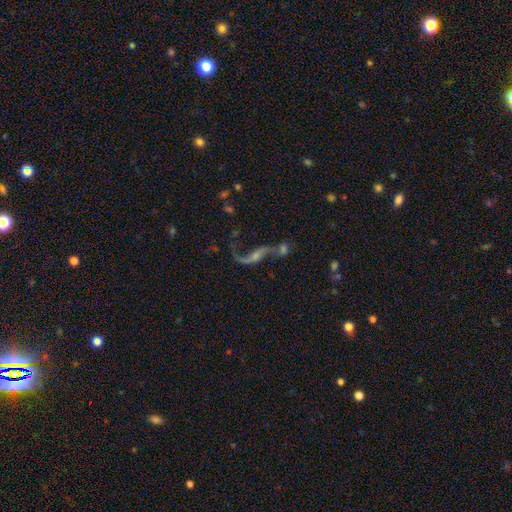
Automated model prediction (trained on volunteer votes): Smooth or featured?
  - featured or disk: 76% *
  - star or artifact: 12%
  - smooth: 12%
Edge-on disk?
  - no: 89% *
  - yes: 11%
Bar?
  - no: 54% *
  - weak: 32%
  - strong: 14%
Spiral arms?
  - yes: 84% *
  - no: 16%
Spiral winding?
  - loose: 93% *
  - medium: 5%
  - tight: 2%
Spiral arm count?
  - 2: 80% *
  - 1: 15%
  - can't tell: 2%
  - 3: 1%
  - 4: 1%
  - more than 4: 1%
Bulge size?
  - small: 47% *
  - moderate: 27%
  - none: 20%
  - large: 4%
  - dominant: 2%
Merging?
  - none: 36% *
  - merger: 35%
  - major disturbance: 17%
  - minor disturbance: 12%